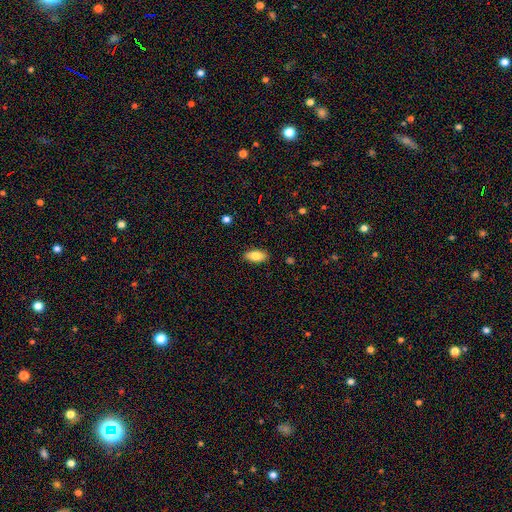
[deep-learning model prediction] Morphology: type=smooth (83%); roundness=in between (91%); merging=none (88%).